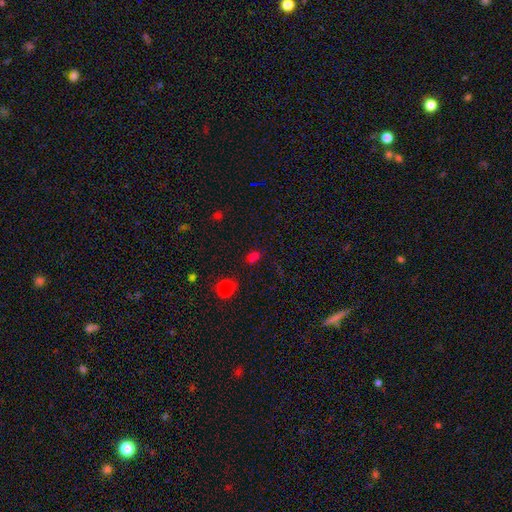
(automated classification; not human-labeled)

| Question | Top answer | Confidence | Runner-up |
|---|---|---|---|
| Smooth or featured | smooth | 56% | star or artifact (36%) |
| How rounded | in between | 50% | round (46%) |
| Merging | none | 56% | merger (24%) |